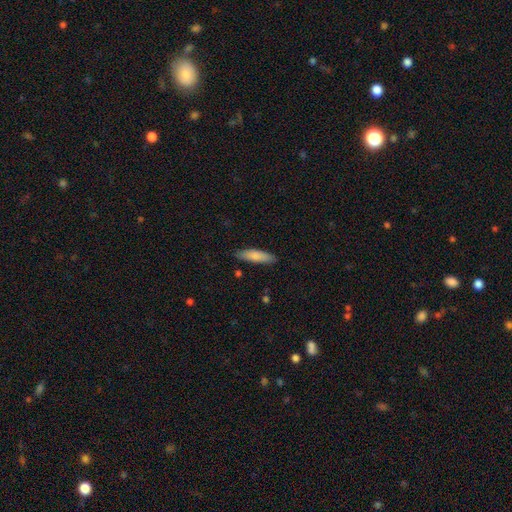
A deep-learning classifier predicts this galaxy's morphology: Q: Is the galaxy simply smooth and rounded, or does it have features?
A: smooth — 82%.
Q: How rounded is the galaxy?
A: cigar-shaped — 63%.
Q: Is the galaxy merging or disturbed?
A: none — 86%.